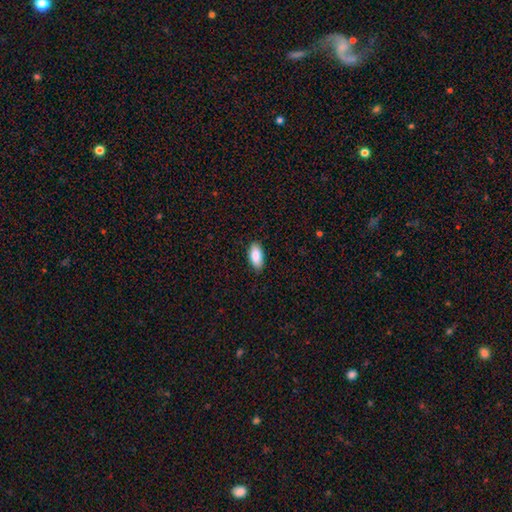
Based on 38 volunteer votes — Smooth or featured: smooth — 82% (star or artifact — 11%)
How rounded: in between — 97% (cigar-shaped — 3%)
Merging: none — 82% (minor disturbance — 18%)